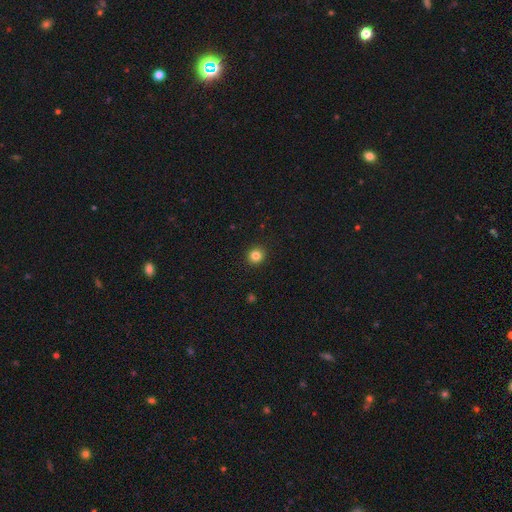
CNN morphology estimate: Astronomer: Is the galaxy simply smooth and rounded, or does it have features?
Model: smooth — 83%.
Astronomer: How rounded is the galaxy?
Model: round — 89%.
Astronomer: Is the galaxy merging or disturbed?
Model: none — 93%.